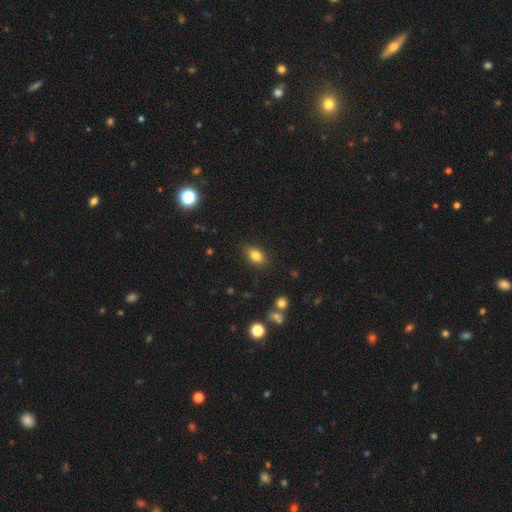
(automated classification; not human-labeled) Smooth or featured? Predicted: smooth (p=0.83). How rounded? Predicted: in between (p=0.85). Merging? Predicted: none (p=0.84).